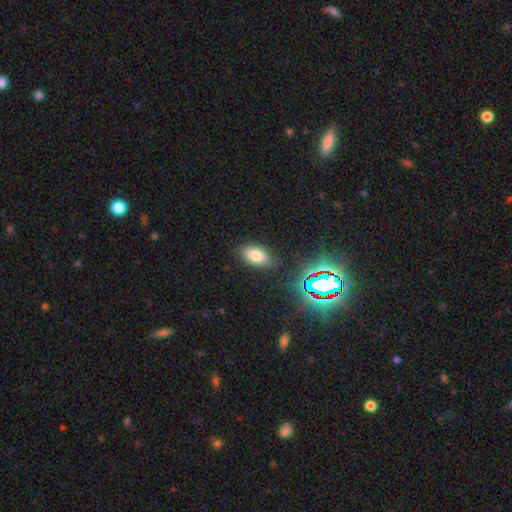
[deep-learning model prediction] Smooth or featured? Predicted: smooth (p=0.74). How rounded? Predicted: in between (p=0.90). Merging? Predicted: none (p=0.86).